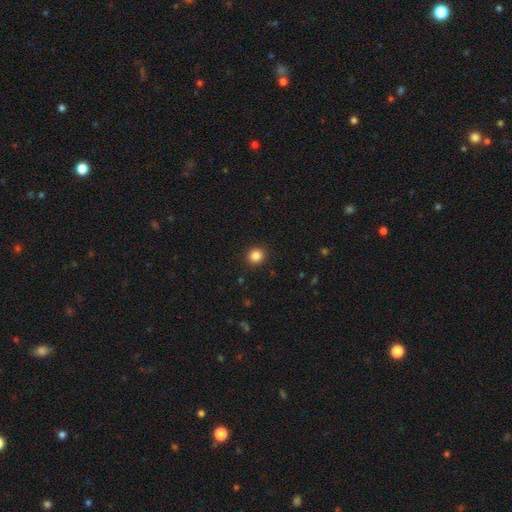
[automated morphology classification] Smooth or featured?
  - smooth: 86% *
  - star or artifact: 11%
  - featured or disk: 3%
How rounded?
  - round: 88% *
  - in between: 11%
  - cigar-shaped: 1%
Merging?
  - none: 92% *
  - minor disturbance: 6%
  - major disturbance: 2%
  - merger: 1%